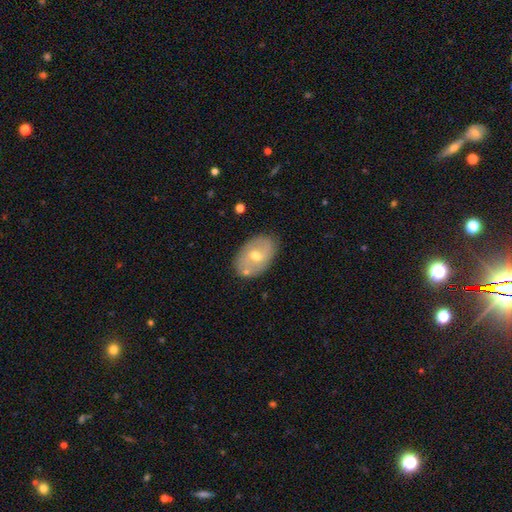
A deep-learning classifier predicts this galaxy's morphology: Smooth or featured? smooth (47%)
Merging? none (77%)